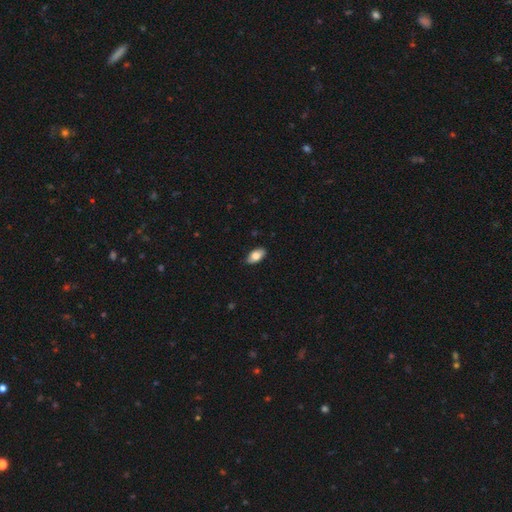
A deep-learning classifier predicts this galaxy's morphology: type=smooth (79%); roundness=in between (93%); merging=none (85%).